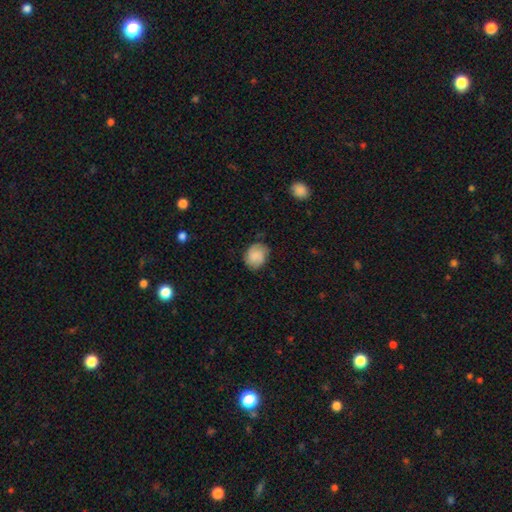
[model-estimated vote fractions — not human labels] Overall: smooth (75%). How rounded: round (62%; in between 37%). Merging: none (74%).